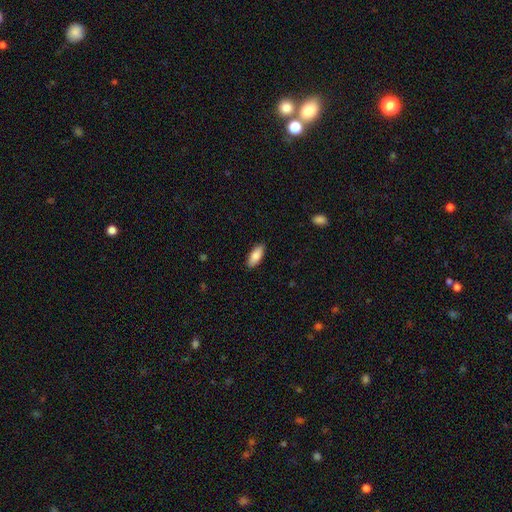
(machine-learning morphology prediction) smooth-or-featured: smooth: 85% | featured or disk: 9% | star or artifact: 6%
  how-rounded: in between: 82% | cigar-shaped: 16% | round: 2%
  merging: none: 88% | minor disturbance: 10% | major disturbance: 2% | merger: 1%